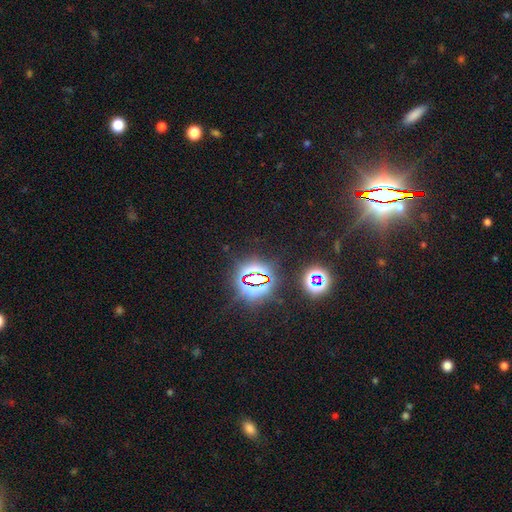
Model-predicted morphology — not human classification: type=star or artifact (83%).